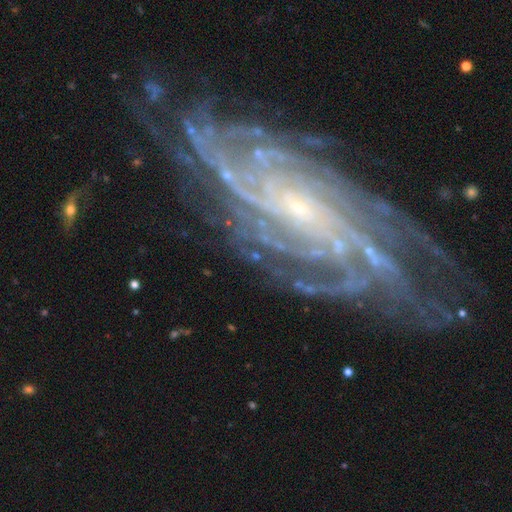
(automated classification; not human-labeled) Morphology: type=featured or disk (87%); edge-on=no (96%); bar=no (51%); spiral arms=yes (98%); winding=tight (67%); arm count=more than 4 (23%); bulge=small (78%); merging=none (74%).